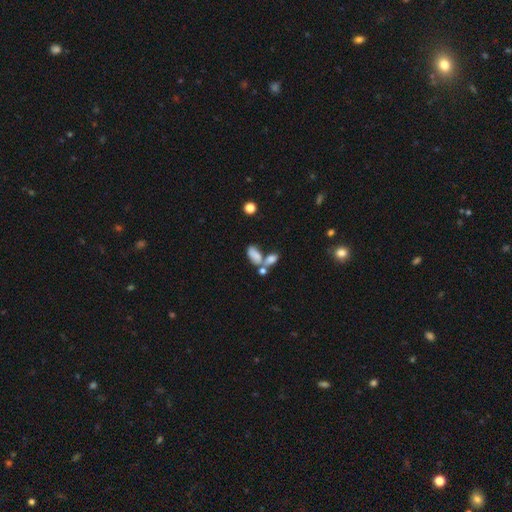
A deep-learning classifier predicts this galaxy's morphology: A smooth galaxy with no disk features (75%) that is in between round and cigar-shaped (89%). Merging: merger (51%).